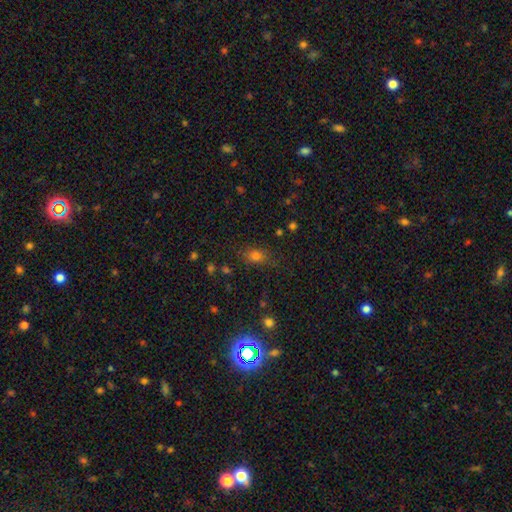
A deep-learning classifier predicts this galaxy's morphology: Smooth or featured: smooth — 73% (star or artifact — 19%)
How rounded: in between — 61% (round — 37%)
Merging: none — 75% (minor disturbance — 16%)